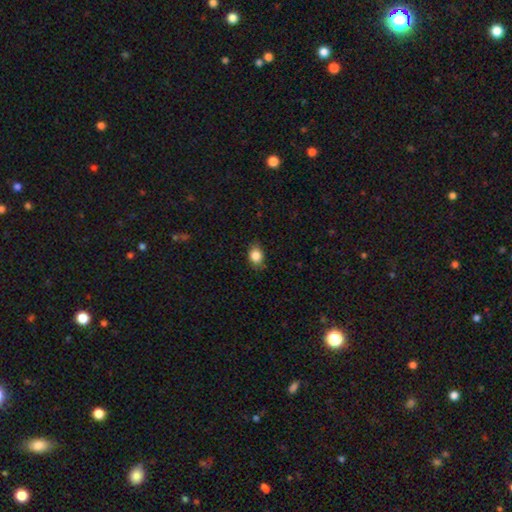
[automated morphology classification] Smooth or featured?
  - smooth: 85% *
  - star or artifact: 9%
  - featured or disk: 6%
How rounded?
  - in between: 61% *
  - round: 37%
  - cigar-shaped: 1%
Merging?
  - none: 81% *
  - minor disturbance: 15%
  - major disturbance: 3%
  - merger: 1%